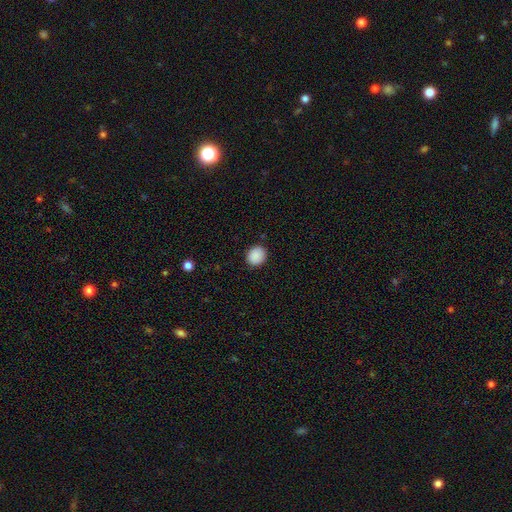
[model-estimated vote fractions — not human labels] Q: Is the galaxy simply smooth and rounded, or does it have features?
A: smooth — 90%.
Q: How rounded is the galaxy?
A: round — 80%.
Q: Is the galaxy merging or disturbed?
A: none — 89%.